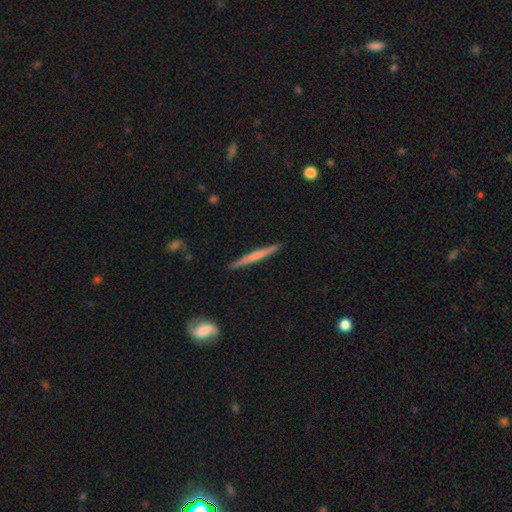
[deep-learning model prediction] smooth-or-featured: featured or disk: 51% | smooth: 43% | star or artifact: 5%
  disk-edge-on: yes: 97% | no: 3%
  merging: none: 90% | minor disturbance: 7% | major disturbance: 1% | merger: 1%